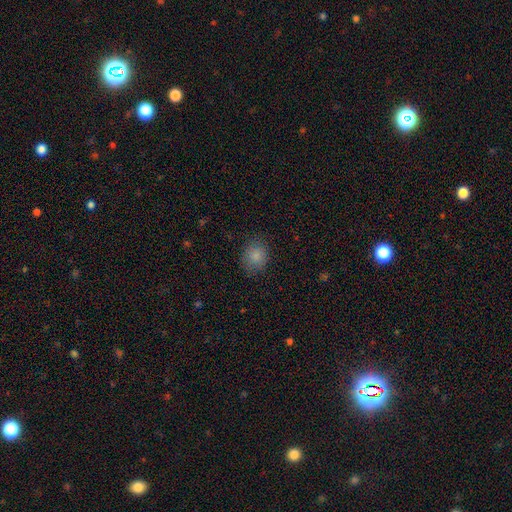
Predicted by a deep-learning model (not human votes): This is clearly a smooth galaxy (85%). How rounded: possibly round (53%). Merging: clearly none (82%).